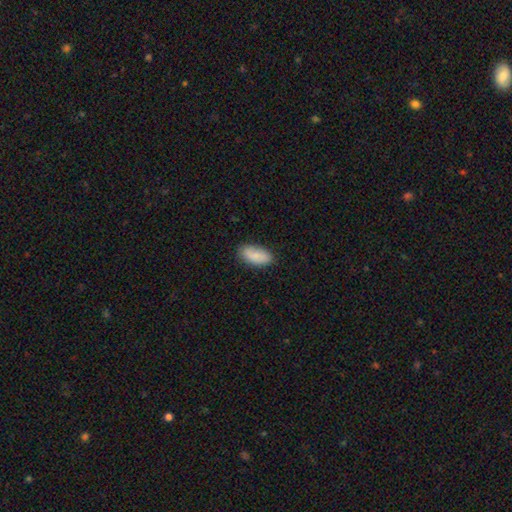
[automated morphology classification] Smooth or featured? Predicted: smooth (p=0.82). How rounded? Predicted: in between (p=0.92). Merging? Predicted: none (p=0.81).